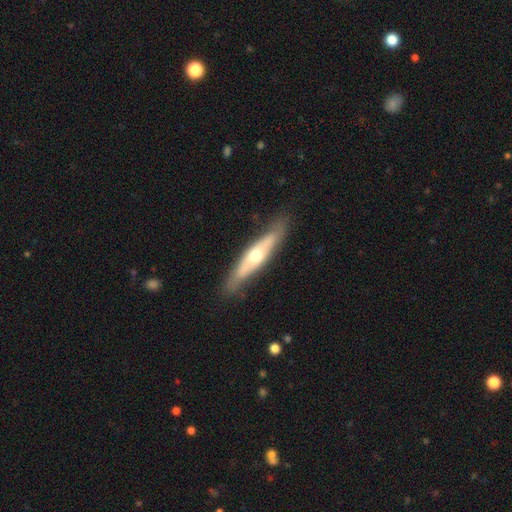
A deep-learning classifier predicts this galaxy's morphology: This is likely a featured or disk galaxy (61%). It is likely viewed edge-on (71%). Merging: clearly none (82%).